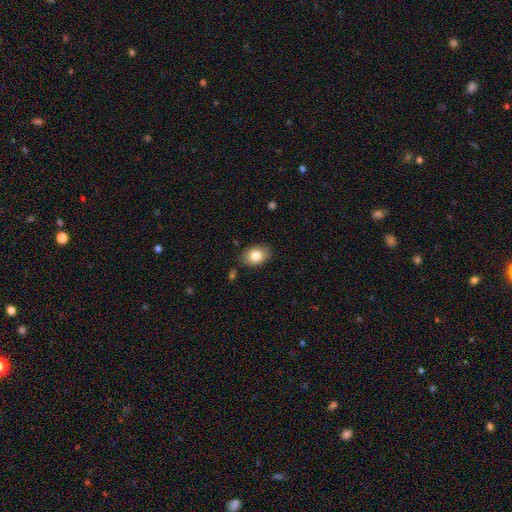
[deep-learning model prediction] smooth-or-featured: smooth: 81% | featured or disk: 11% | star or artifact: 8%
  how-rounded: in between: 80% | round: 19% | cigar-shaped: 1%
  merging: none: 84% | minor disturbance: 12% | major disturbance: 3% | merger: 2%